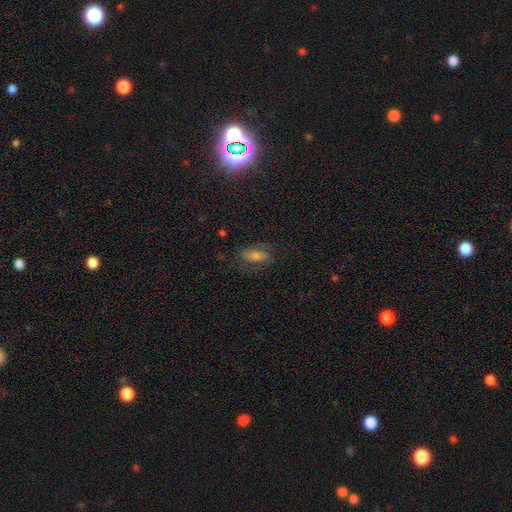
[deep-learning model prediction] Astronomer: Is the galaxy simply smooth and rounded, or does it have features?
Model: smooth — 42% (runner-up: featured or disk, 35%).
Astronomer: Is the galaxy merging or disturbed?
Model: none — 74%.